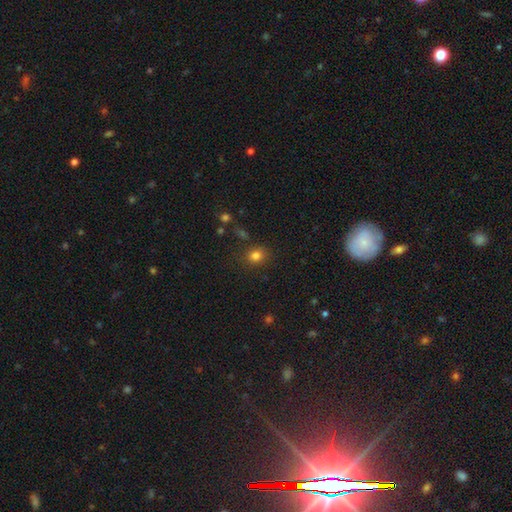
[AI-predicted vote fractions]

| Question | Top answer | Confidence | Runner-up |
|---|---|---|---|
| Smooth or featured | smooth | 81% | star or artifact (14%) |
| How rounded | round | 66% | in between (33%) |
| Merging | none | 82% | minor disturbance (11%) |